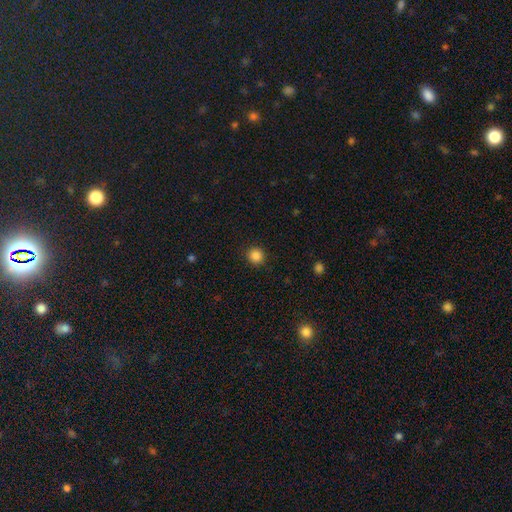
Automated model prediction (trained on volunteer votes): This appears to be a smooth galaxy with no disk features (87%) that is round (93%). Merging: none (91%).